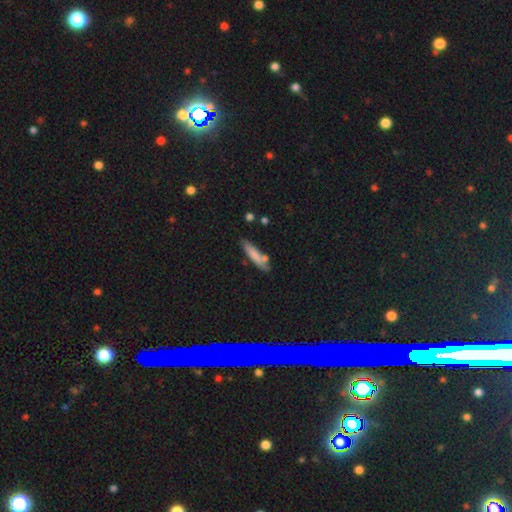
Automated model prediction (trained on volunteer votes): A smooth galaxy with no disk features (74%) that is cigar-shaped (78%).

Vote fractions:
- Smooth or featured? smooth: 74% / featured or disk: 20% / star or artifact: 7%
- How rounded? cigar-shaped: 78% / in between: 20% / round: 2%
- Merging? none: 66% / minor disturbance: 19% / merger: 11% / major disturbance: 4%